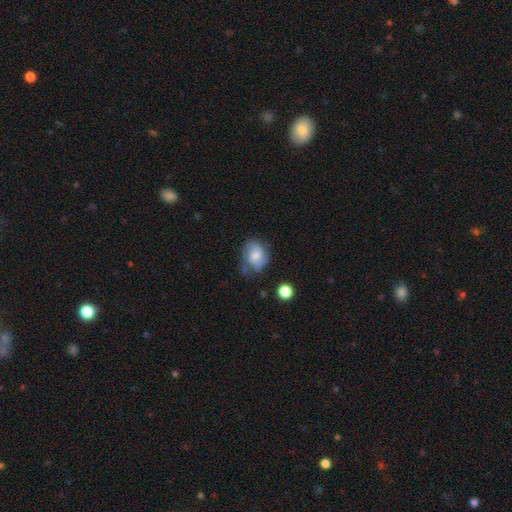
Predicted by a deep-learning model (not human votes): smooth 57%, featured or disk 34%, star or artifact 9%. Down the decision tree: how rounded — in between (54%); merging — none (50%).